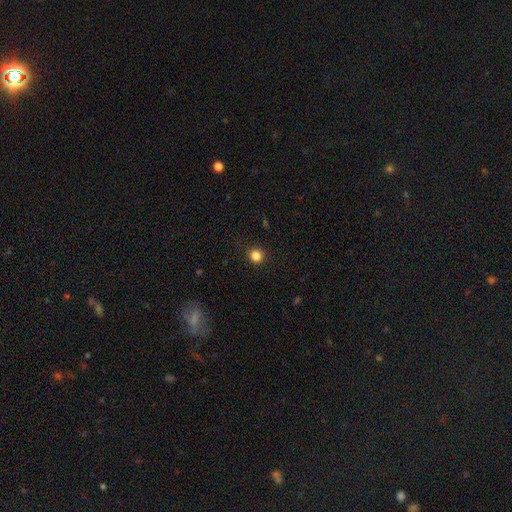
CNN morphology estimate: A smooth galaxy with no disk features (83%) that is round (92%). Merging: none (91%).